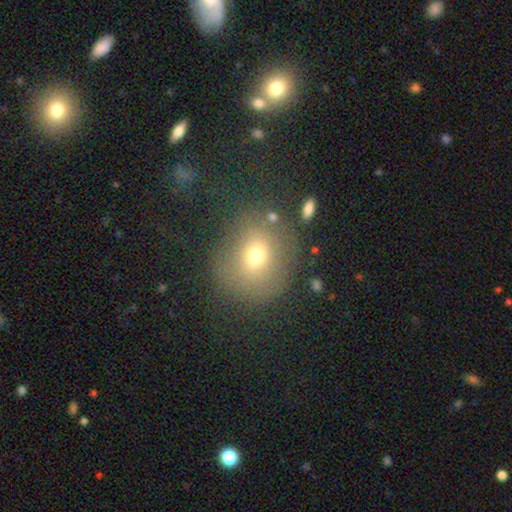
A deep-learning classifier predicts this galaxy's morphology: A smooth galaxy with no disk features (68%) that is round (77%).

Vote fractions:
- Smooth or featured? smooth: 68% / featured or disk: 17% / star or artifact: 15%
- How rounded? round: 77% / in between: 22% / cigar-shaped: 1%
- Merging? none: 72% / minor disturbance: 15% / major disturbance: 9% / merger: 4%